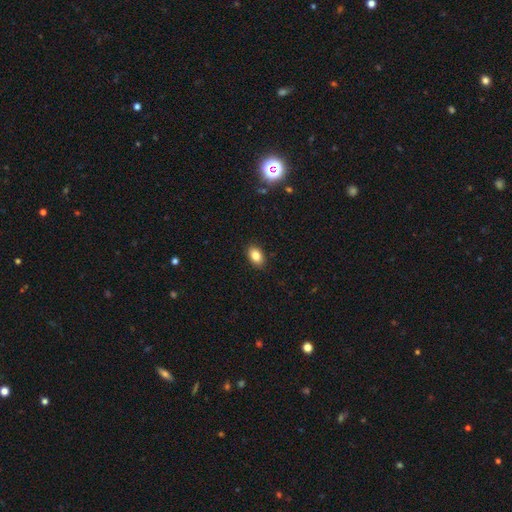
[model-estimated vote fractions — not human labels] Smooth or featured? smooth (83%)
How rounded? in between (86%)
Merging? none (88%)